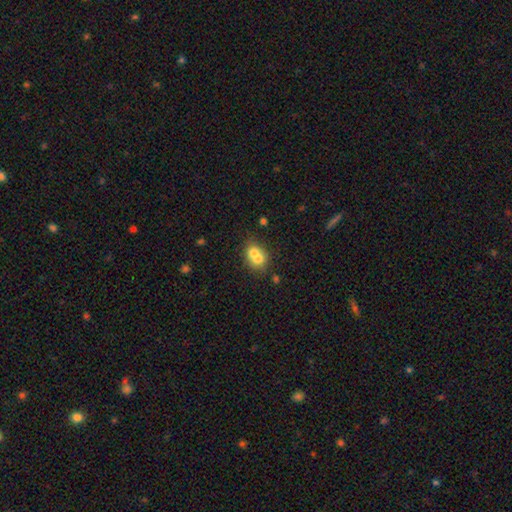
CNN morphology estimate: smooth 67%, featured or disk 23%, star or artifact 10%. Down the decision tree: how rounded — round (57%); merging — merger (63%).